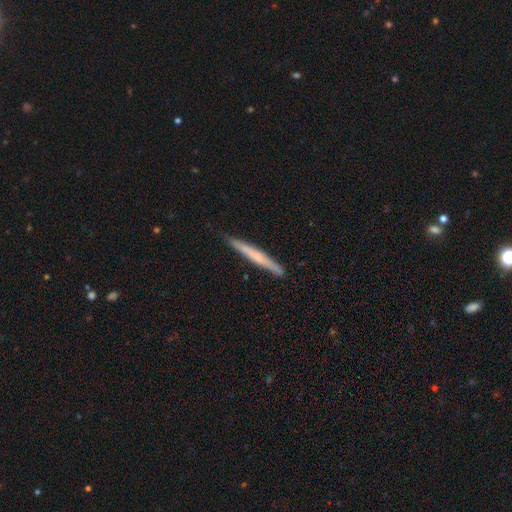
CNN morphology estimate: Smooth or featured: smooth — 51% (featured or disk — 43%)
How rounded: cigar-shaped — 97% (in between — 2%)
Merging: none — 86% (minor disturbance — 11%)